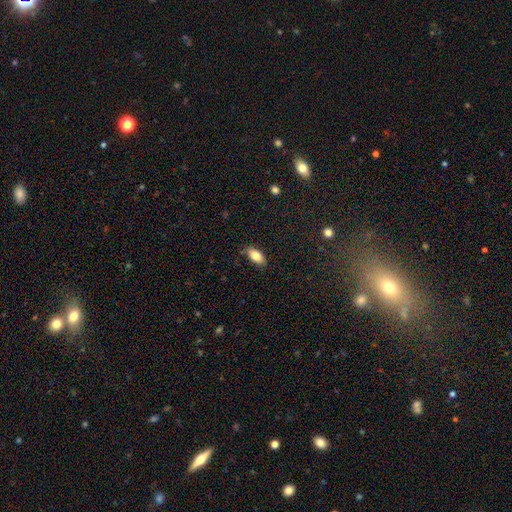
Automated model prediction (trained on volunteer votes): A smooth galaxy with no disk features (81%) that is in between round and cigar-shaped (89%). Merging: none (84%).